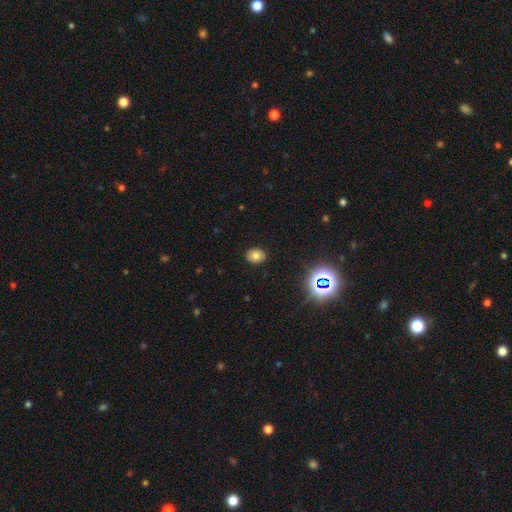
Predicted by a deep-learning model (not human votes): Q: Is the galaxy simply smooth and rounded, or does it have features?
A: smooth — 76%.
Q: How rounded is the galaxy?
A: round — 57%.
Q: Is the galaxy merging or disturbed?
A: none — 88%.